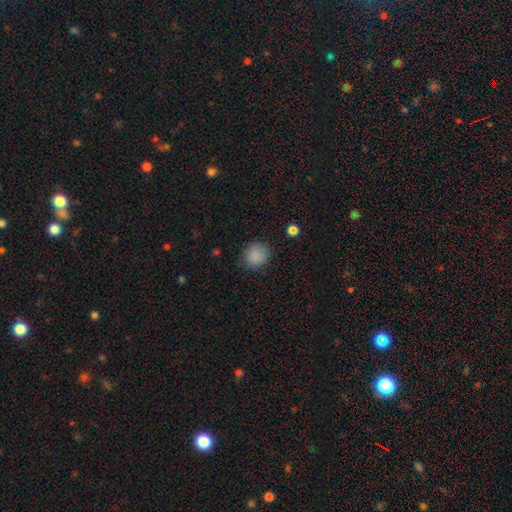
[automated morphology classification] smooth_or_featured: smooth (p=0.86) [alt: star or artifact p=0.09]
how_rounded: round (p=0.78) [alt: in between p=0.21]
merging: none (p=0.78) [alt: minor disturbance p=0.16]